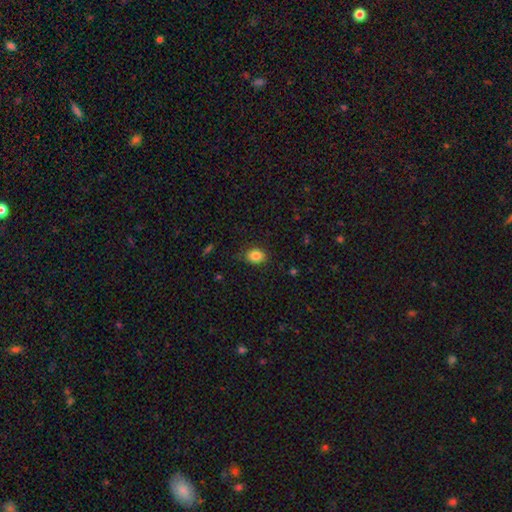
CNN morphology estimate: A smooth galaxy with no disk features (85%) that is in between round and cigar-shaped (62%). Merging: none (82%).